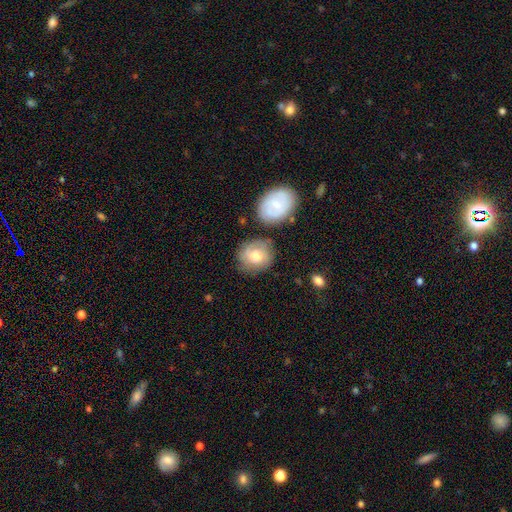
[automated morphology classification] smooth_or_featured: smooth (p=0.64) [alt: featured or disk p=0.29]
how_rounded: round (p=0.74) [alt: in between p=0.25]
merging: none (p=0.66) [alt: minor disturbance p=0.19]